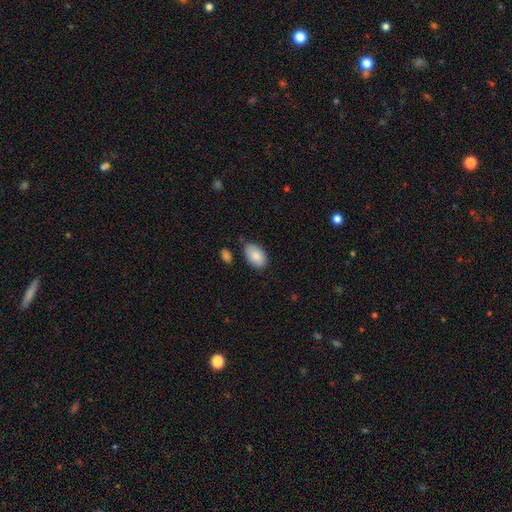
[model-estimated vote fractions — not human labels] Smooth or featured? Predicted: smooth (p=0.85). How rounded? Predicted: in between (p=0.93). Merging? Predicted: none (p=0.77).